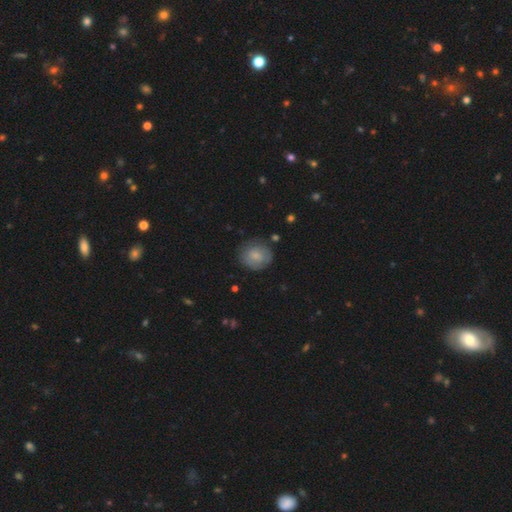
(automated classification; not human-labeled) Smooth or featured? Predicted: smooth (p=0.71). How rounded? Predicted: round (p=0.77). Merging? Predicted: none (p=0.75).